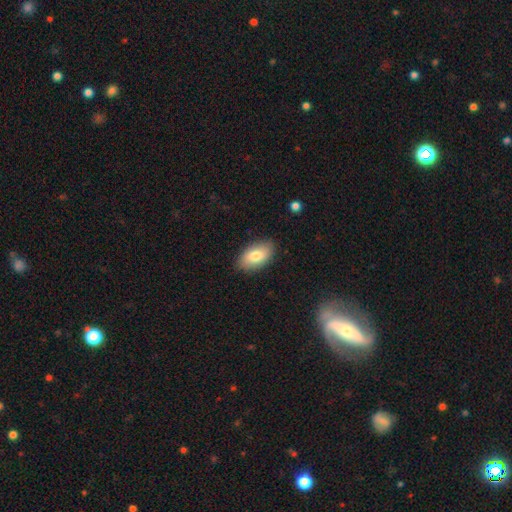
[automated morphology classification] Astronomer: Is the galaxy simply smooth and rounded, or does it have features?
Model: smooth — 79%.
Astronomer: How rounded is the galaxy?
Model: in between — 94%.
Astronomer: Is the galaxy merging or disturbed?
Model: none — 86%.